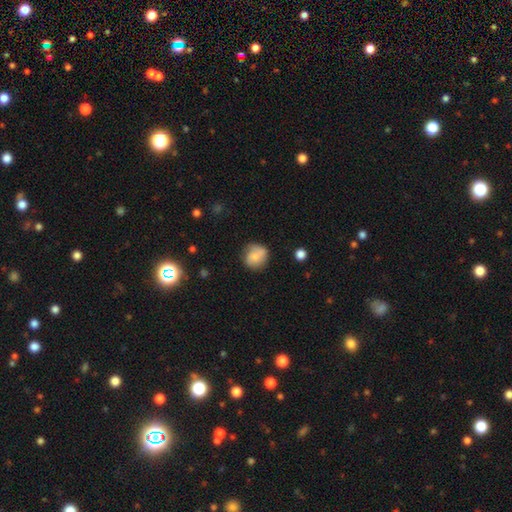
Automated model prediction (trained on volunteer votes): Smooth or featured: smooth — 69% (featured or disk — 23%)
How rounded: round — 80% (in between — 19%)
Merging: none — 64% (minor disturbance — 24%)